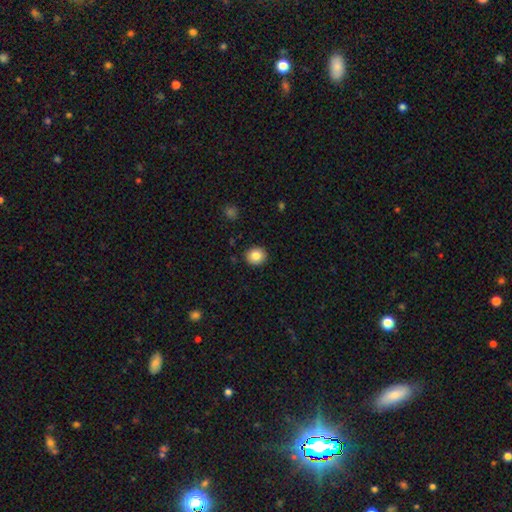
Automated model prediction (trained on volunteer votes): This appears to be a smooth galaxy with no disk features (84%) that is round (79%). Merging: none (91%).